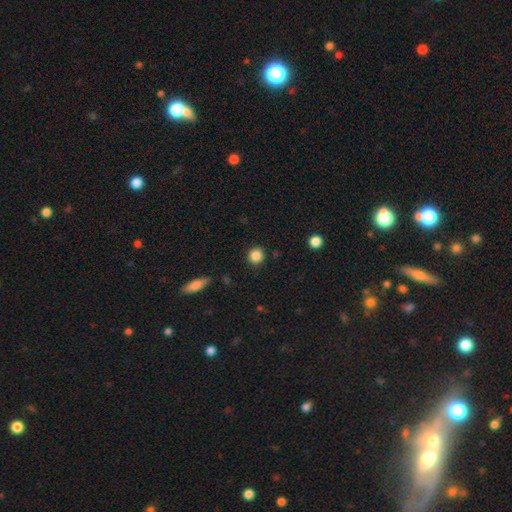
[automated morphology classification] Smooth or featured?
  - smooth: 86% *
  - star or artifact: 10%
  - featured or disk: 4%
How rounded?
  - round: 91% *
  - in between: 8%
  - cigar-shaped: 1%
Merging?
  - none: 90% *
  - minor disturbance: 7%
  - major disturbance: 2%
  - merger: 2%